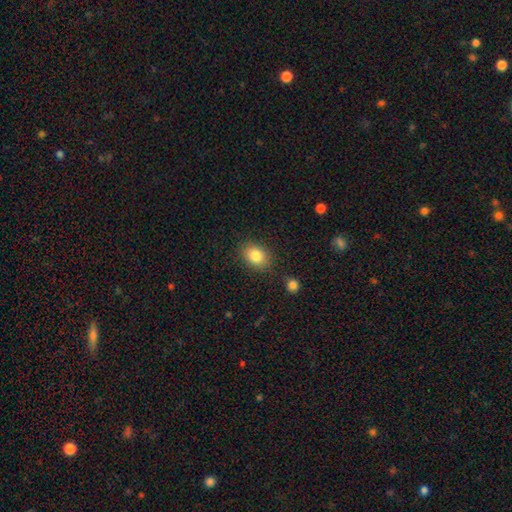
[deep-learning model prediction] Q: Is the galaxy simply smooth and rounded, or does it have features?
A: smooth — 83%.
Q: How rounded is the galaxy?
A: in between — 61%.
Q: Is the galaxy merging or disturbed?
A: none — 83%.